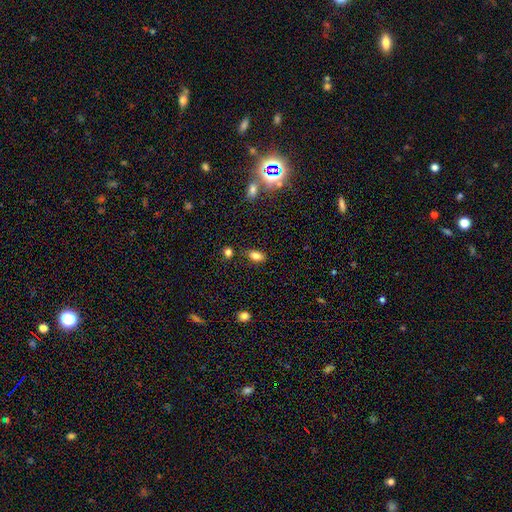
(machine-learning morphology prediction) smooth_or_featured: smooth (p=0.82) [alt: star or artifact p=0.11]
how_rounded: in between (p=0.89) [alt: round p=0.07]
merging: none (p=0.81) [alt: minor disturbance p=0.12]